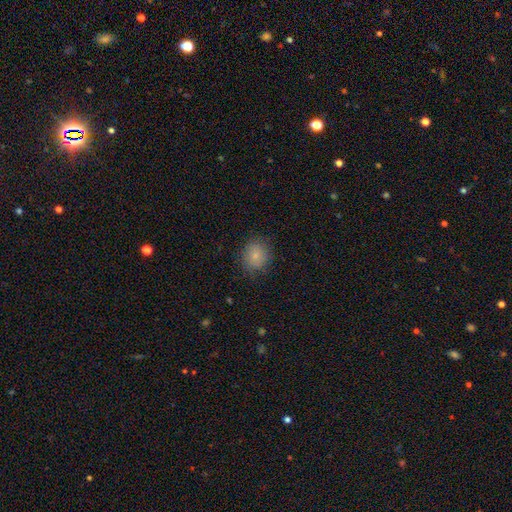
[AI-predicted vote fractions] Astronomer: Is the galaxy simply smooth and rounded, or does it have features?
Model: smooth — 83%.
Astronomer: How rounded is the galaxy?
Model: round — 80%.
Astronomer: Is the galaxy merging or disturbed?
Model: none — 83%.